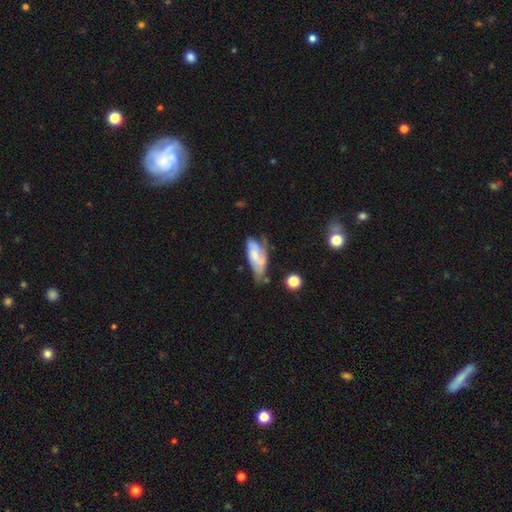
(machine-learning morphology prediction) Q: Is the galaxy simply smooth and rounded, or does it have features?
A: featured or disk — 51%.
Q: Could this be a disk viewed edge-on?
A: no — 89%.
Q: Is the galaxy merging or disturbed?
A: none — 35%.